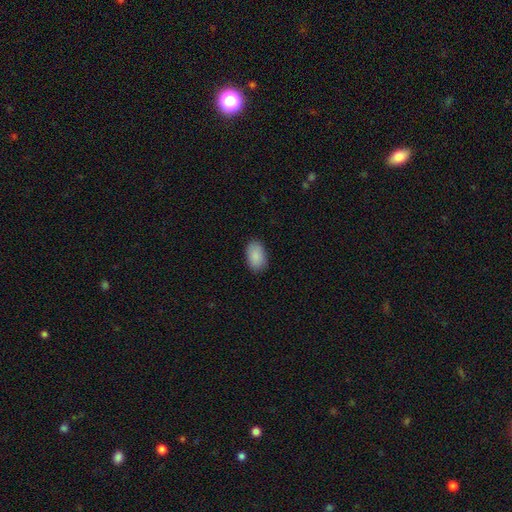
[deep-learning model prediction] This appears to be a smooth galaxy with no disk features (89%) that is in between round and cigar-shaped (92%). Merging: none (87%).